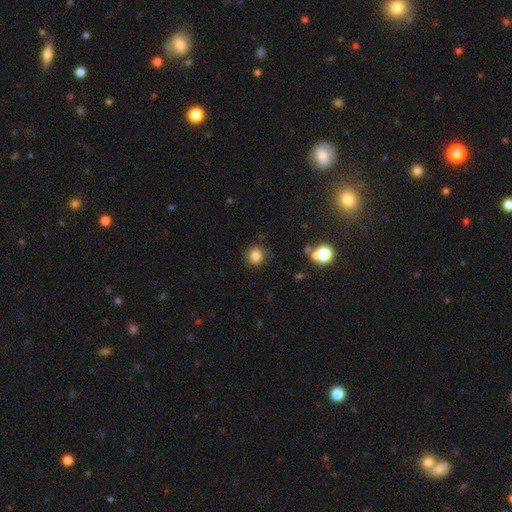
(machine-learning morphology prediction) Smooth or featured?
  - smooth: 83% *
  - star or artifact: 12%
  - featured or disk: 5%
How rounded?
  - round: 83% *
  - in between: 16%
  - cigar-shaped: 1%
Merging?
  - none: 85% *
  - minor disturbance: 10%
  - major disturbance: 3%
  - merger: 2%